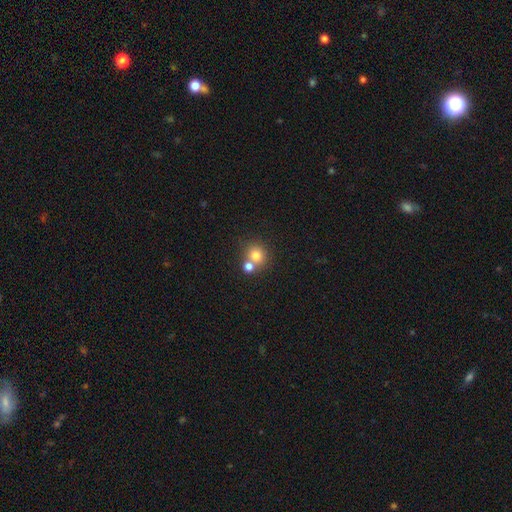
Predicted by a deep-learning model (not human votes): Smooth or featured? Predicted: smooth (p=0.78). How rounded? Predicted: round (p=0.86). Merging? Predicted: none (p=0.50).